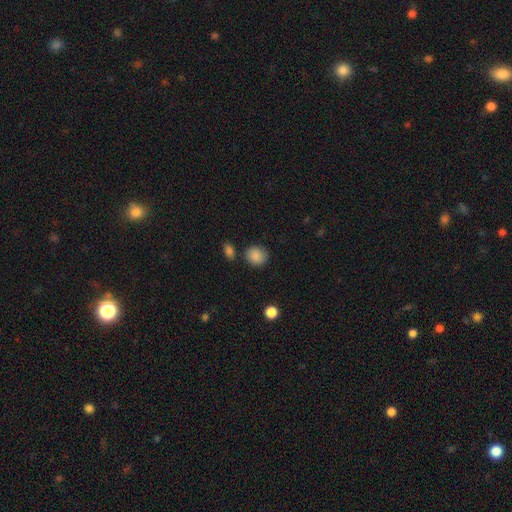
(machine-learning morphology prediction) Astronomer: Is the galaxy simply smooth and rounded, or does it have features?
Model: smooth — 88%.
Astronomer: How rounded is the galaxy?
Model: round — 76%.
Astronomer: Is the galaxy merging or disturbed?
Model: none — 80%.